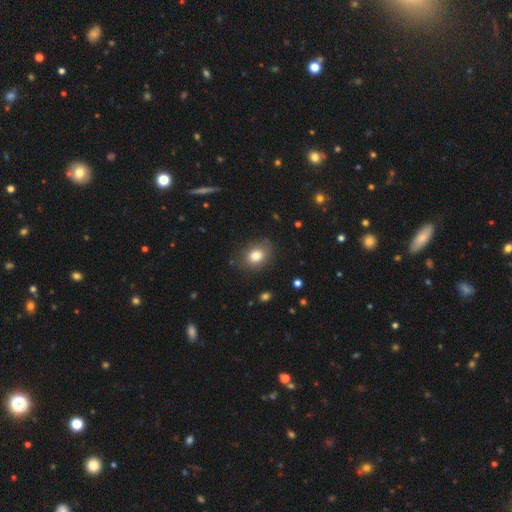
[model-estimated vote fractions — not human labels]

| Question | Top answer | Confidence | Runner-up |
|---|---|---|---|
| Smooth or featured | smooth | 79% | featured or disk (11%) |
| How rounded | in between | 58% | round (41%) |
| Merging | none | 80% | minor disturbance (15%) |